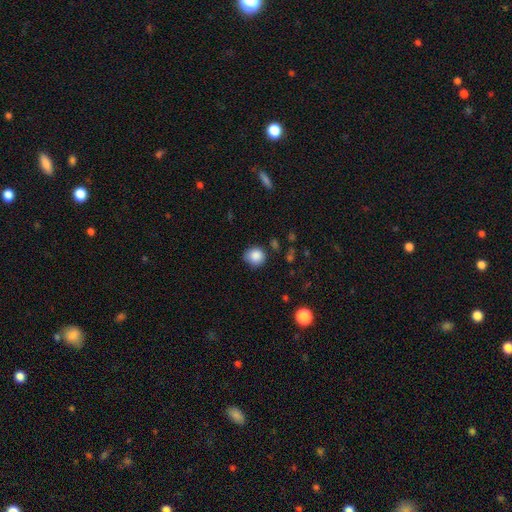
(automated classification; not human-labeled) This appears to be a smooth galaxy with no disk features (86%) that is round (87%). Merging: none (72%).